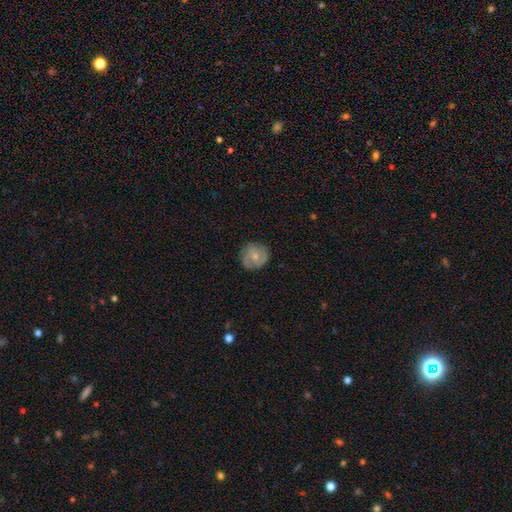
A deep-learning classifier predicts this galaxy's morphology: smooth-or-featured: featured or disk: 48% | smooth: 45% | star or artifact: 7%
  merging: none: 78% | minor disturbance: 16% | major disturbance: 4% | merger: 1%